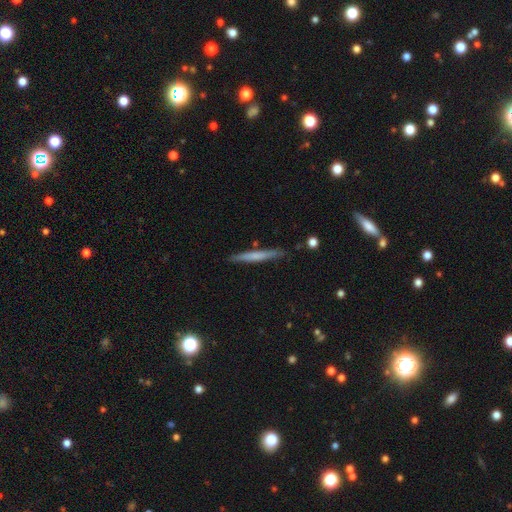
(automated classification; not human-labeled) A smooth galaxy with no disk features (58%) that is cigar-shaped (96%). Merging: none (86%).